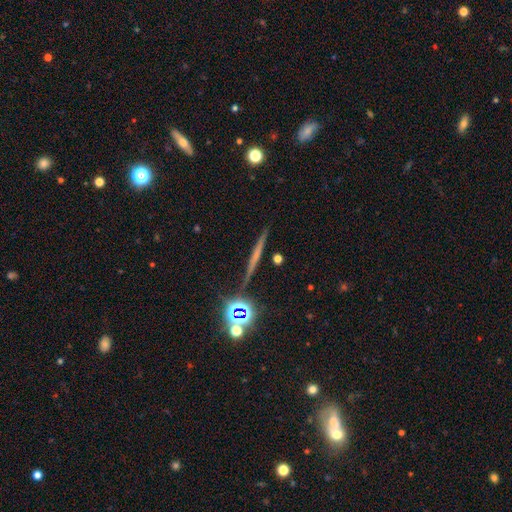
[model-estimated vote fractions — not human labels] A featured or disk galaxy (44%). Merging: none (88%).